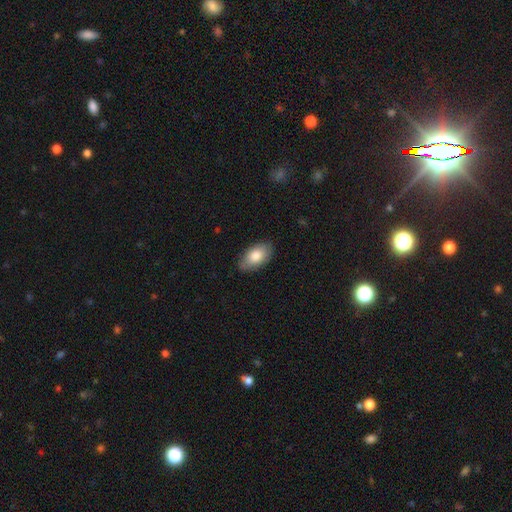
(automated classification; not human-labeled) smooth-or-featured: smooth: 82% | featured or disk: 12% | star or artifact: 6%
  how-rounded: in between: 94% | round: 4% | cigar-shaped: 2%
  merging: none: 82% | minor disturbance: 14% | major disturbance: 2% | merger: 1%